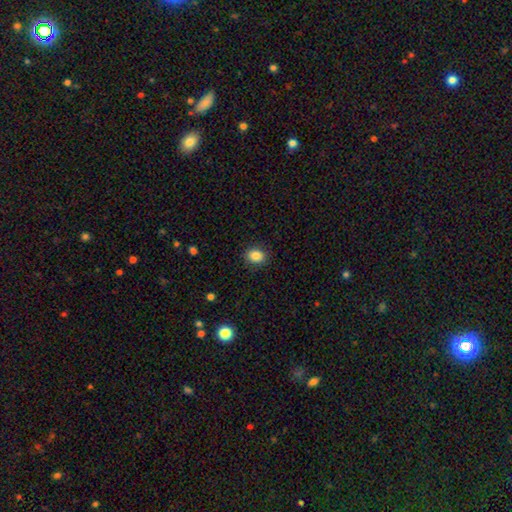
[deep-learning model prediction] Smooth or featured?
  - smooth: 86% *
  - star or artifact: 9%
  - featured or disk: 5%
How rounded?
  - round: 52% *
  - in between: 47%
  - cigar-shaped: 1%
Merging?
  - none: 87% *
  - minor disturbance: 9%
  - major disturbance: 3%
  - merger: 1%